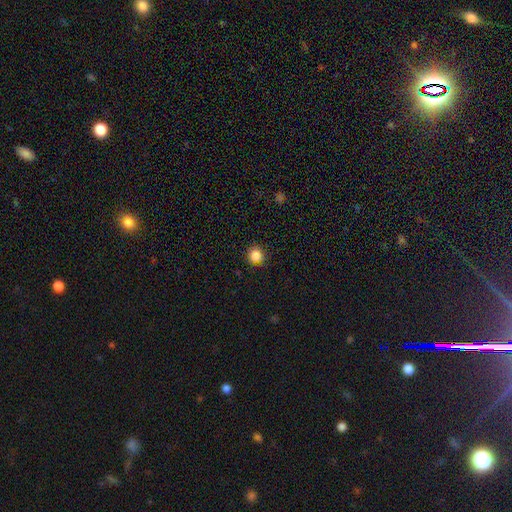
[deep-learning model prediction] Q: Smooth or featured?
A: smooth (84%); runner-up: star or artifact (11%)
Q: How rounded?
A: round (87%); runner-up: in between (12%)
Q: Merging?
A: none (88%); runner-up: minor disturbance (9%)